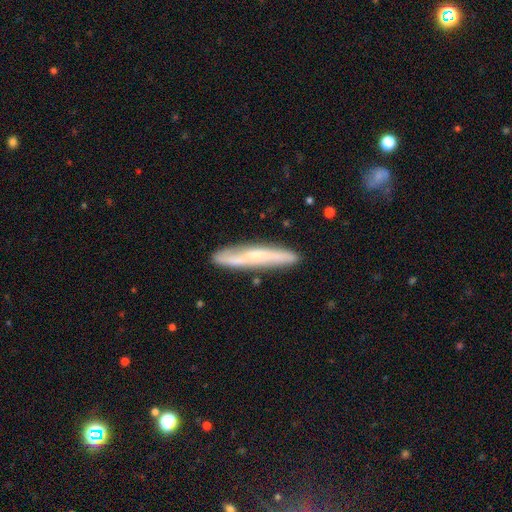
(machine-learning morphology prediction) smooth_or_featured: featured or disk (p=0.60) [alt: smooth p=0.34]
disk_edge_on: yes (p=0.65) [alt: no p=0.35]
merging: none (p=0.83) [alt: minor disturbance p=0.13]